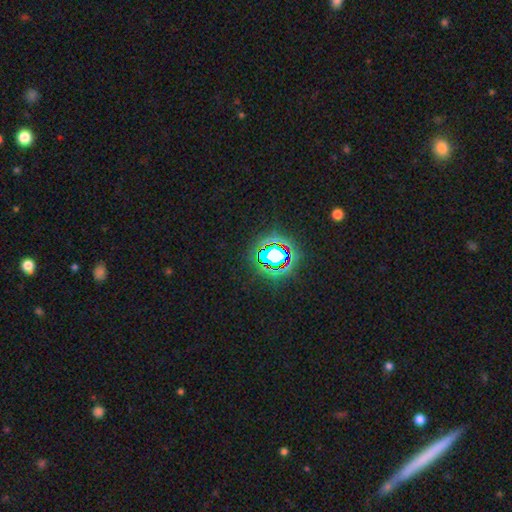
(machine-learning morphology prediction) Smooth or featured? Predicted: star or artifact (p=0.78).